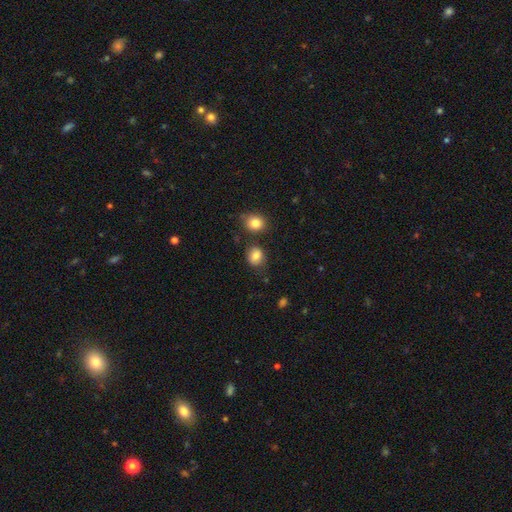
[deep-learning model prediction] A smooth galaxy with no disk features (83%) that is round (67%). Merging: none (75%).